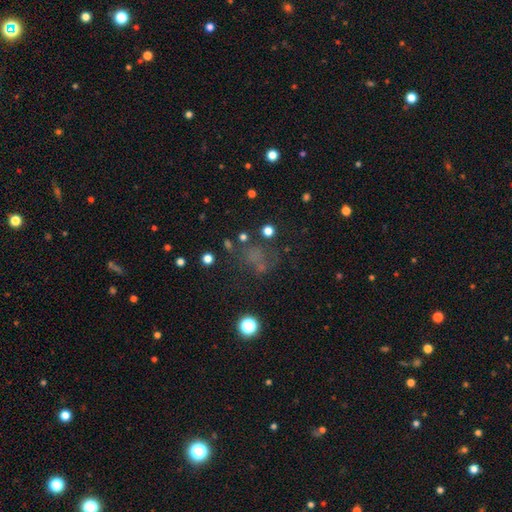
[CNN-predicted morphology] Smooth or featured: smooth — 44% (star or artifact — 35%)
Merging: none — 53% (major disturbance — 21%)